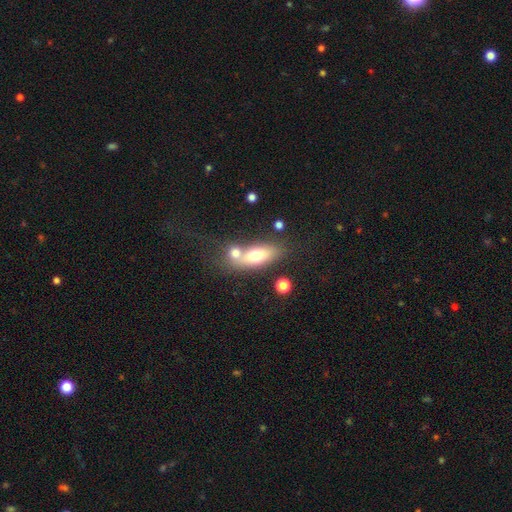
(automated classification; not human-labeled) smooth 65%, featured or disk 26%, star or artifact 8%. Down the decision tree: how rounded — in between (72%); merging — merger (45%).